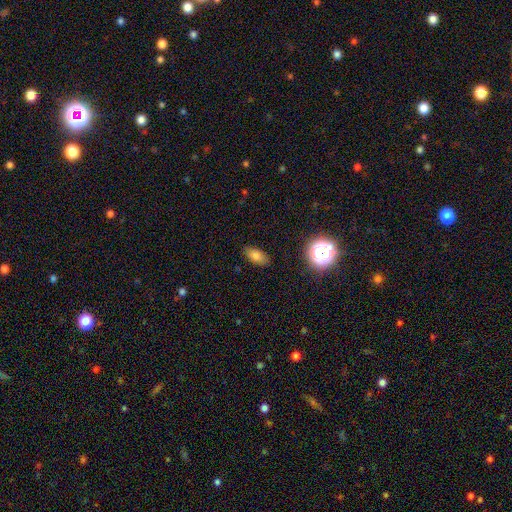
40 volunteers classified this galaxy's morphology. Smooth or featured?
  - smooth: 78% *
  - star or artifact: 12%
  - featured or disk: 10%
How rounded?
  - in between: 90% *
  - round: 6%
  - cigar-shaped: 3%
Merging?
  - none: 83% *
  - minor disturbance: 11%
  - major disturbance: 3%
  - merger: 3%